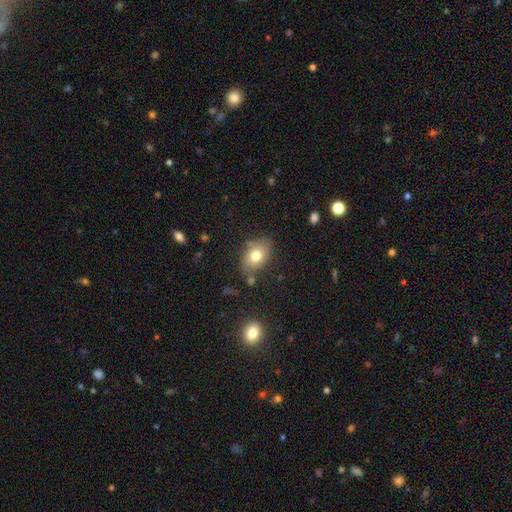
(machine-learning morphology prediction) Q: Smooth or featured?
A: smooth (76%); runner-up: featured or disk (15%)
Q: How rounded?
A: in between (80%); runner-up: round (19%)
Q: Merging?
A: none (75%); runner-up: minor disturbance (16%)